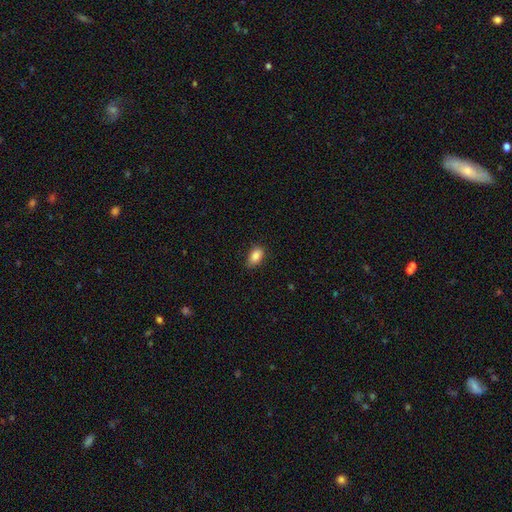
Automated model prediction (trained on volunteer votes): smooth_or_featured: smooth (p=0.87) [alt: star or artifact p=0.08]
how_rounded: in between (p=0.89) [alt: round p=0.07]
merging: none (p=0.79) [alt: minor disturbance p=0.17]